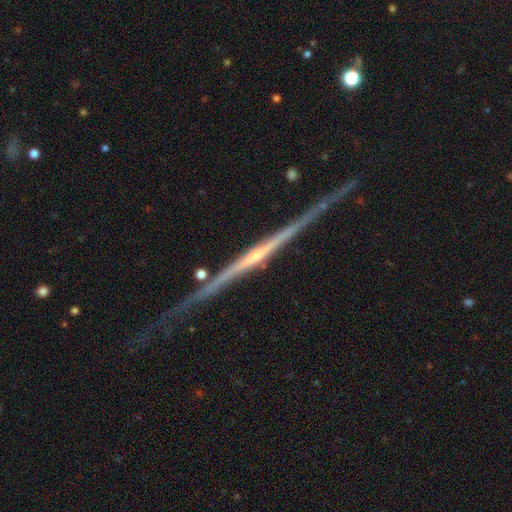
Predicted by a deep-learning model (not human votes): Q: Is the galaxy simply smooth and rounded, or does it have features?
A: featured or disk — 89%.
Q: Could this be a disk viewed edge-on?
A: yes — 98%.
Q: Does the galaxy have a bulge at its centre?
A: rounded — 57%.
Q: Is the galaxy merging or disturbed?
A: none — 78%.